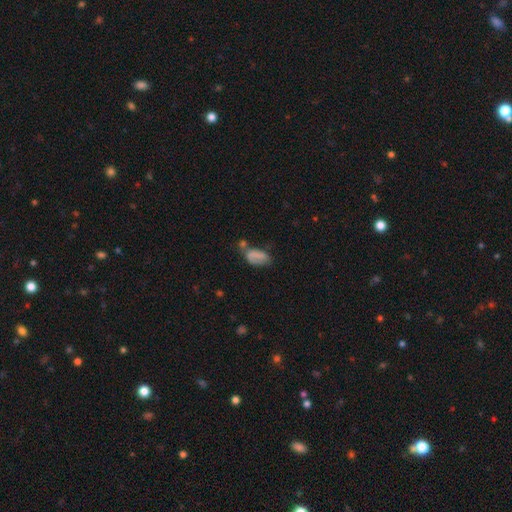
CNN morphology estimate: This is likely a smooth galaxy (65%). How rounded: clearly in between (90%). Merging: marginally none (32%).